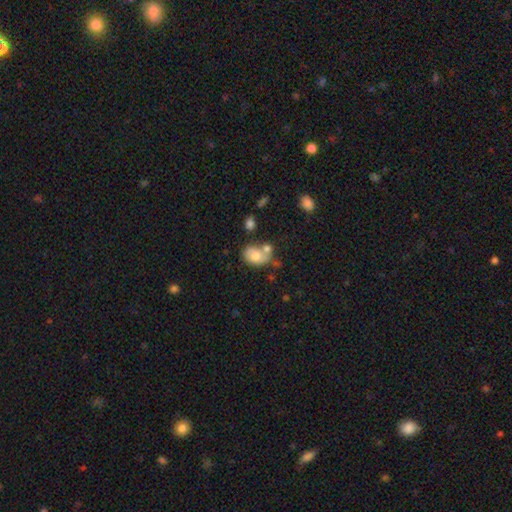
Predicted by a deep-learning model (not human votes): This is likely a smooth galaxy (71%). How rounded: likely in between (75%). Merging: marginally none (39%).